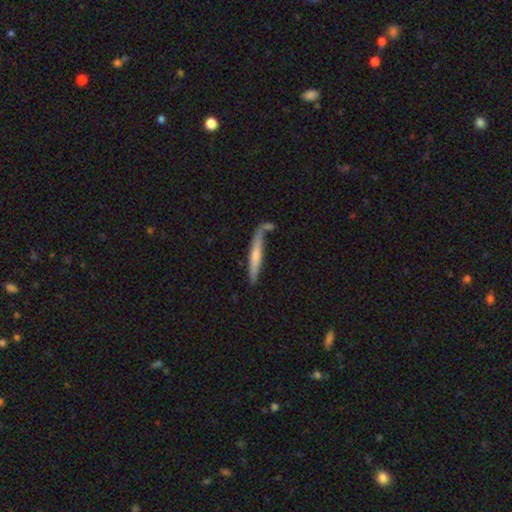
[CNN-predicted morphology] This is possibly a smooth galaxy (55%). How rounded: clearly cigar-shaped (93%). Merging: possibly none (56%).